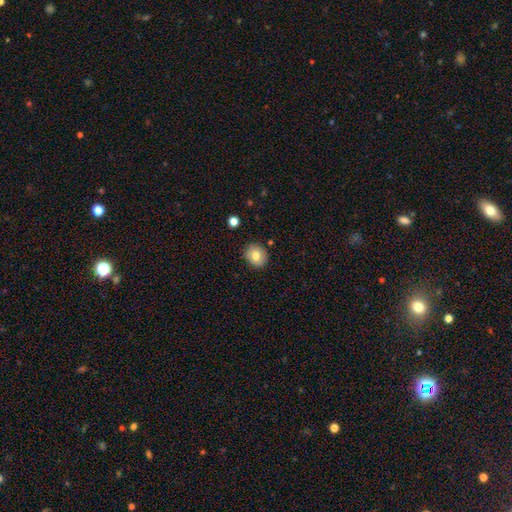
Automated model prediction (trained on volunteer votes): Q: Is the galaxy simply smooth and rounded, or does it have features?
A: smooth — 77%.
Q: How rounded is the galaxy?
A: round — 70%.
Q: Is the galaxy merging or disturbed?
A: none — 87%.